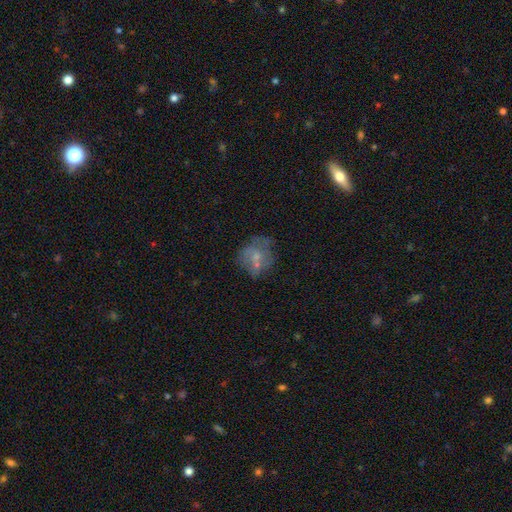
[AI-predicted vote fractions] The model was most divided on "smooth or featured": smooth: 49%, featured or disk: 41%, star or artifact: 10%. Remaining: merging — none (39%).